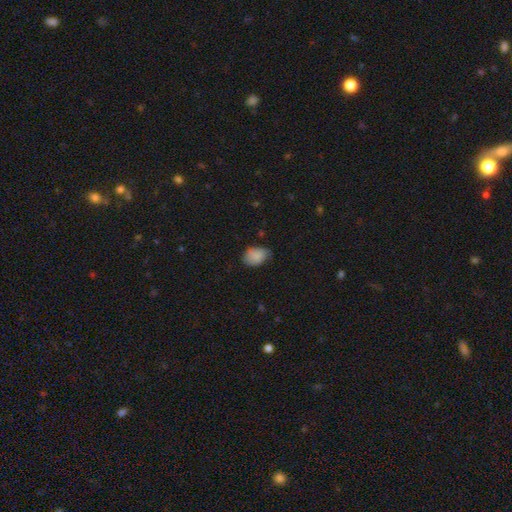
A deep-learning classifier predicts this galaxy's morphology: The model was most divided on "merging": none: 60%, minor disturbance: 33%, major disturbance: 6%, merger: 1%. More confident: smooth or featured — smooth (86%); how rounded — in between (79%).